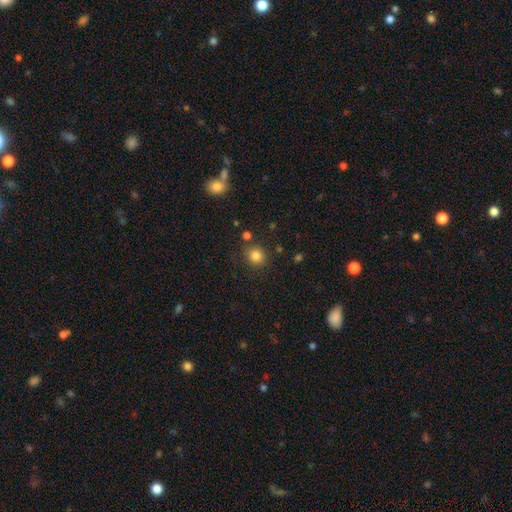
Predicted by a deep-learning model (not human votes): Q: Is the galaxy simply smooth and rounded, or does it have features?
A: smooth — 83%.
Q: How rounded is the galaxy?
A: round — 82%.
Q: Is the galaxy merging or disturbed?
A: none — 82%.